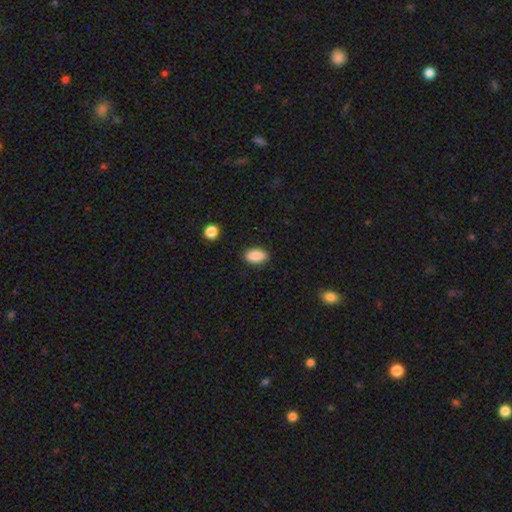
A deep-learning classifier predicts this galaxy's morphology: type=smooth (88%); roundness=in between (87%); merging=none (87%).